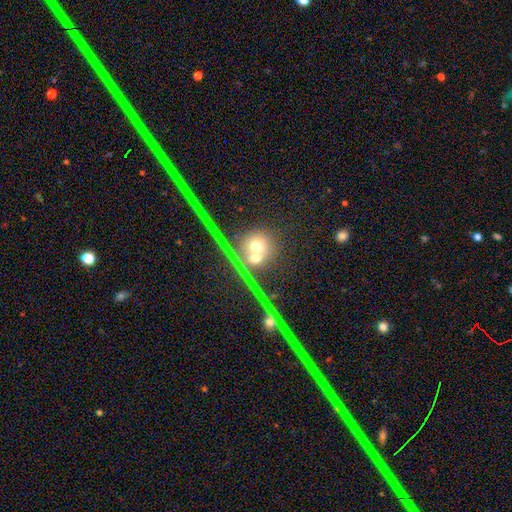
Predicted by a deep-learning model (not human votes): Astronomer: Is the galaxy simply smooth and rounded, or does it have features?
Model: smooth — 42% (runner-up: star or artifact, 36%).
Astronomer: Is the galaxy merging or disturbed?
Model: none — 70%.